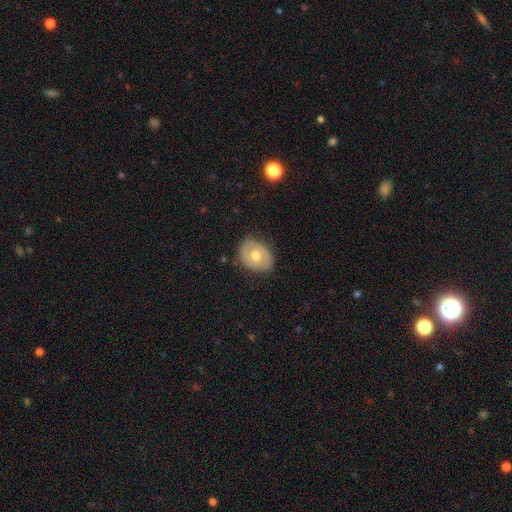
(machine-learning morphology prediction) Overall: smooth (49%; featured or disk 44%). Merging: none (78%).